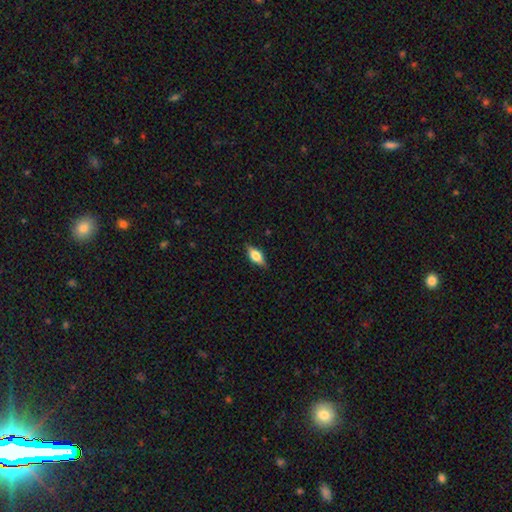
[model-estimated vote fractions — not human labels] Q: Smooth or featured?
A: smooth (50%); runner-up: featured or disk (41%)
Q: How rounded?
A: in between (75%); runner-up: cigar-shaped (20%)
Q: Merging?
A: none (85%); runner-up: minor disturbance (11%)